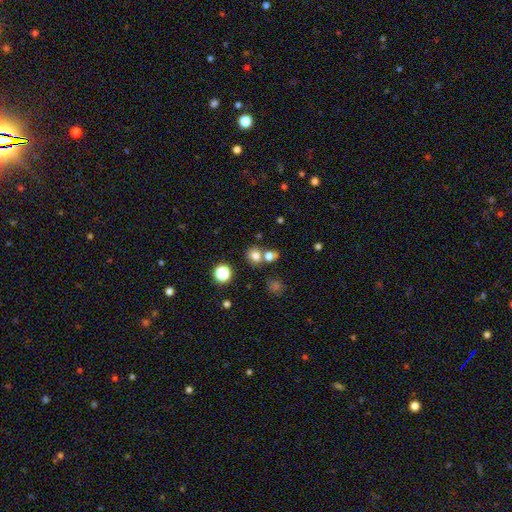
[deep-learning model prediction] smooth_or_featured: smooth (p=0.75) [alt: star or artifact p=0.18]
how_rounded: round (p=0.78) [alt: in between p=0.21]
merging: none (p=0.66) [alt: merger p=0.22]